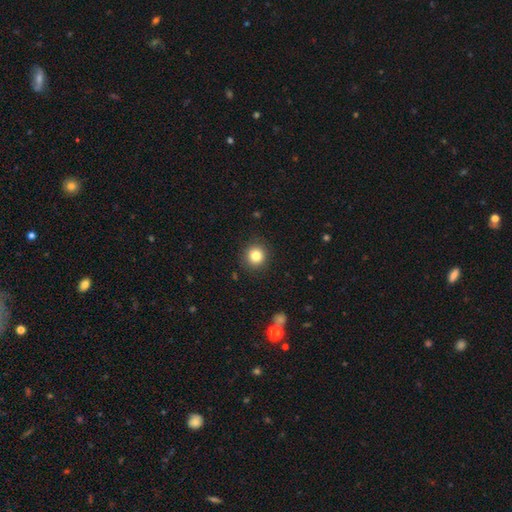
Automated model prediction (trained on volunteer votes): Morphology: type=smooth (84%); roundness=round (92%); merging=none (89%).